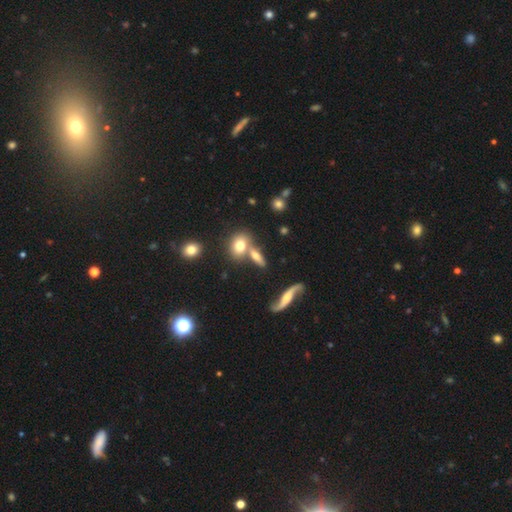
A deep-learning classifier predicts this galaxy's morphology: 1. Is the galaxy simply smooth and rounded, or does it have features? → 63% smooth, 27% featured or disk, 10% star or artifact.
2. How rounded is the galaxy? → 54% in between, 30% round, 17% cigar-shaped.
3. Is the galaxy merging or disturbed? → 51% none, 32% merger, 11% minor disturbance, 5% major disturbance.